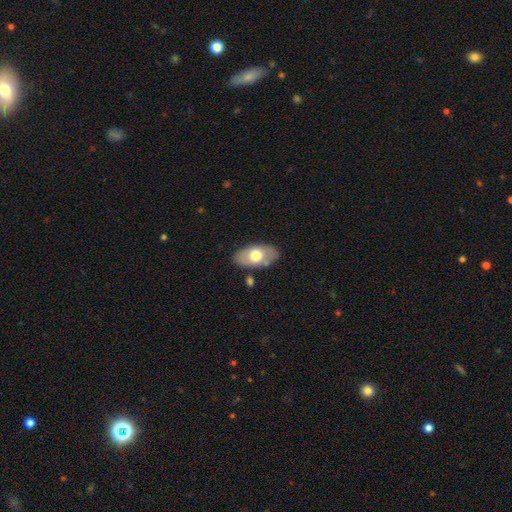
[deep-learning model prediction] Smooth or featured? Predicted: smooth (p=0.63). How rounded? Predicted: in between (p=0.93). Merging? Predicted: none (p=0.80).